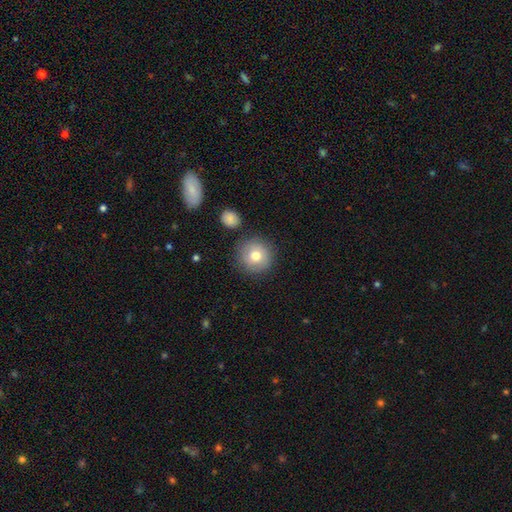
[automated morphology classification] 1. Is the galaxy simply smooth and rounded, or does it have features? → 76% smooth, 14% featured or disk, 9% star or artifact.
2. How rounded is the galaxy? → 94% round, 5% in between, 1% cigar-shaped.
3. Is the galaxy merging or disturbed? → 83% none, 9% minor disturbance, 4% merger, 3% major disturbance.